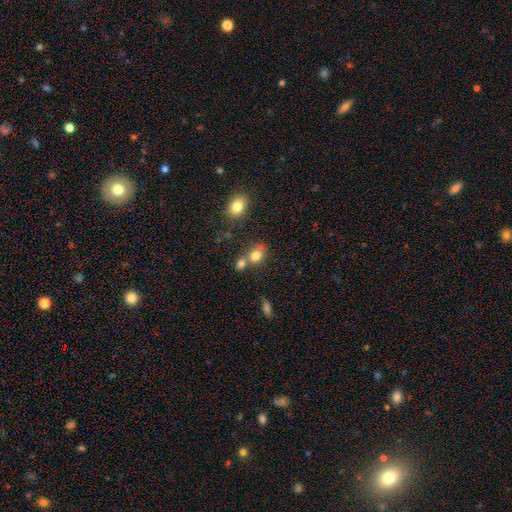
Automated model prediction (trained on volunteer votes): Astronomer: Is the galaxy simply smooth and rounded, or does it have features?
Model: smooth — 80%.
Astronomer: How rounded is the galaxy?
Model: in between — 52% (runner-up: round, 46%).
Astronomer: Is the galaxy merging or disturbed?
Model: merger — 42%, tied with none at 42%.